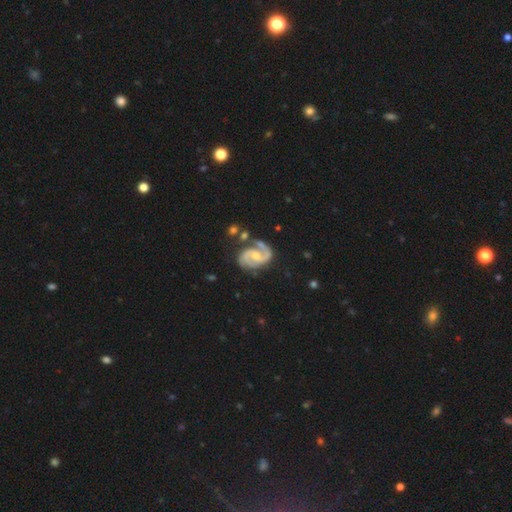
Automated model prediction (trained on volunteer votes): smooth-or-featured: featured or disk: 91% | smooth: 5% | star or artifact: 4%
  disk-edge-on: no: 98% | yes: 2%
    bar: weak: 45% | no: 41% | strong: 14%
    has-spiral-arms: yes: 98% | no: 2%
      spiral-winding: medium: 57% | tight: 29% | loose: 14%
      spiral-arm-count: 2: 92% | can't tell: 2% | 1: 2% | 3: 2% | 4: 1% | more than 4: 1%
    bulge-size: moderate: 51% | small: 44% | none: 3% | large: 2% | dominant: 1%
  merging: none: 68% | minor disturbance: 19% | major disturbance: 7% | merger: 6%